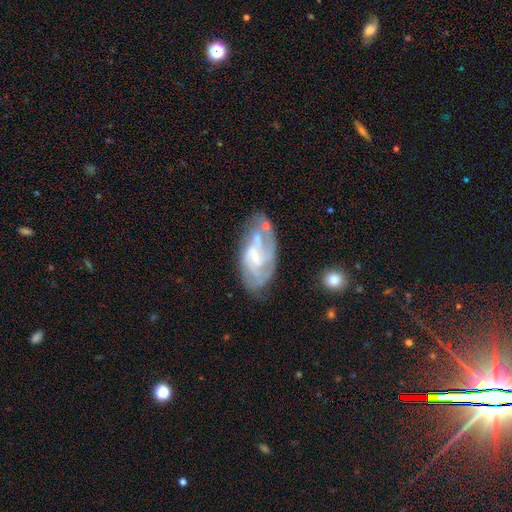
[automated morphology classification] Overall: featured or disk (77%). Edge-on disk: no (95%). Bar: weak (45%; no 41%). Spiral arms: yes (86%). Spiral arm count: can't tell (36%; 2 31%). Spiral winding: tight (42%; medium 41%). Bulge size: small (61%; moderate 25%). Merging: none (54%; minor disturbance 24%).